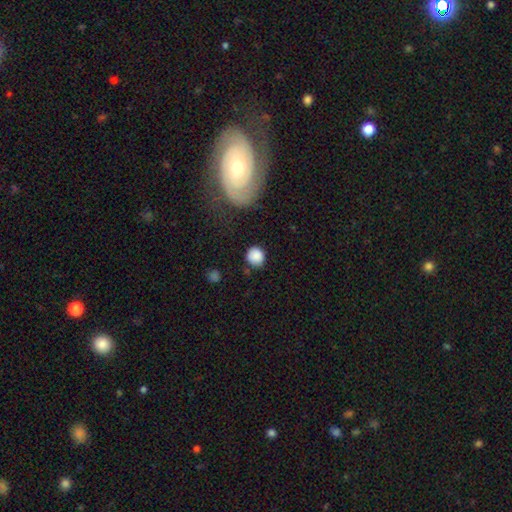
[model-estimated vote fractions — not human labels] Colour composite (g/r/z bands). It shows a smooth galaxy with no disk features (87%) that is round (90%). Merging: none (81%).